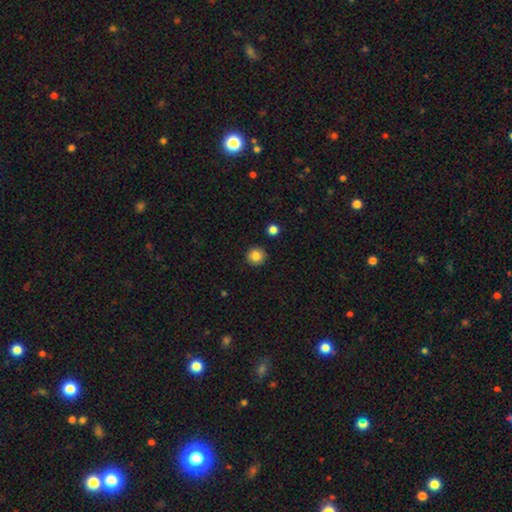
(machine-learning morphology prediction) Smooth or featured?
  - smooth: 84% *
  - star or artifact: 10%
  - featured or disk: 6%
How rounded?
  - round: 94% *
  - in between: 5%
  - cigar-shaped: 1%
Merging?
  - none: 91% *
  - minor disturbance: 6%
  - major disturbance: 2%
  - merger: 2%